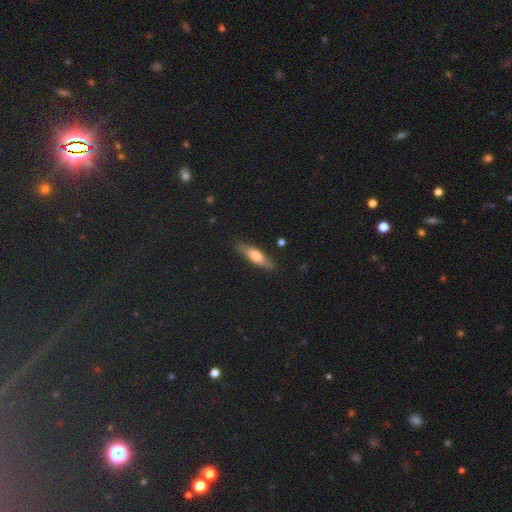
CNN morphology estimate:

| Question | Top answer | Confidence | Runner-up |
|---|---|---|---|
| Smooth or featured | smooth | 55% | featured or disk (38%) |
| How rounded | cigar-shaped | 63% | in between (34%) |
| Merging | none | 83% | minor disturbance (13%) |